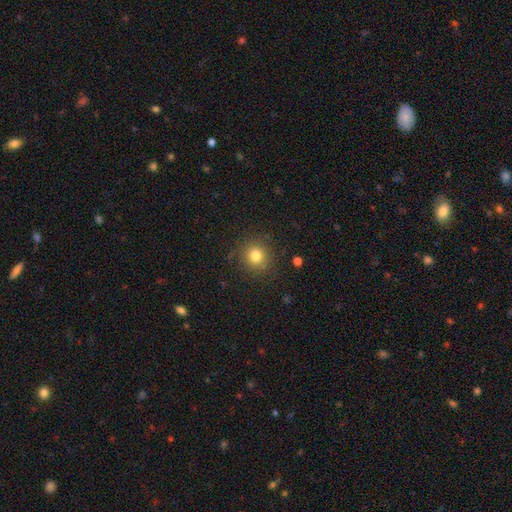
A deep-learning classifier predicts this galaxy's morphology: Smooth or featured? Predicted: smooth (p=0.80). How rounded? Predicted: round (p=0.91). Merging? Predicted: none (p=0.87).